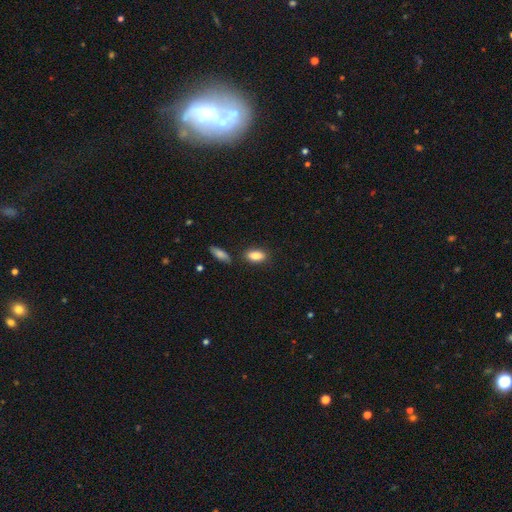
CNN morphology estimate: Overall: smooth (83%). How rounded: in between (87%). Merging: none (82%).